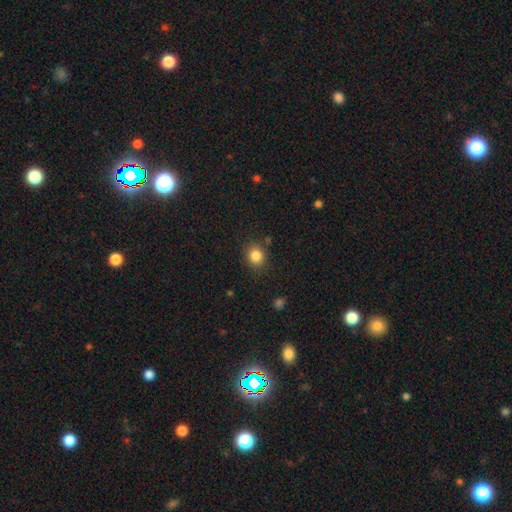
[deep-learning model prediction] smooth 84%, star or artifact 11%, featured or disk 5%. Down the decision tree: how rounded — round (79%); merging — none (86%).